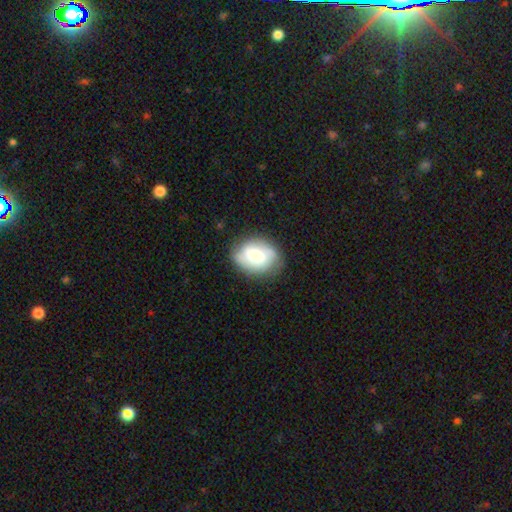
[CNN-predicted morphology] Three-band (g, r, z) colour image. It shows a smooth galaxy with no disk features (58%) that is in between round and cigar-shaped (63%). Merging: none (71%).